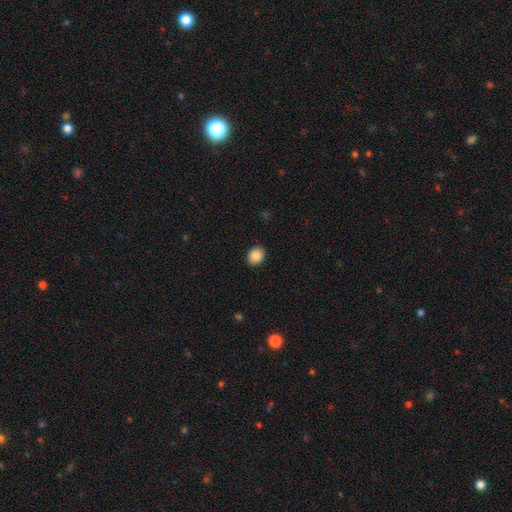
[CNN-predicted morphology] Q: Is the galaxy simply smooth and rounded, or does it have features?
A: smooth — 87%.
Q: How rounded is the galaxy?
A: round — 57%.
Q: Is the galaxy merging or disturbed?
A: none — 90%.